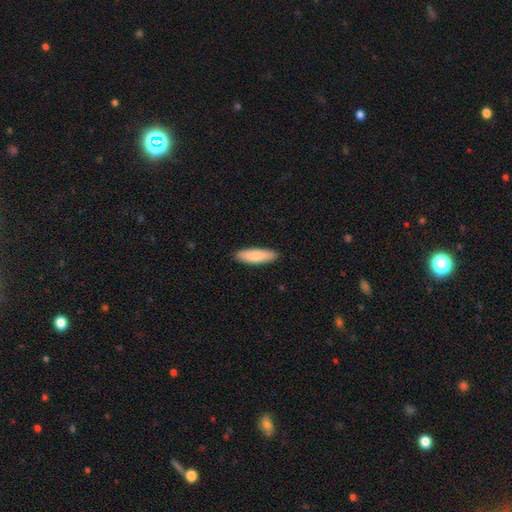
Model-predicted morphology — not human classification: Smooth or featured? Predicted: smooth (p=0.83). How rounded? Predicted: cigar-shaped (p=0.57). Merging? Predicted: none (p=0.90).